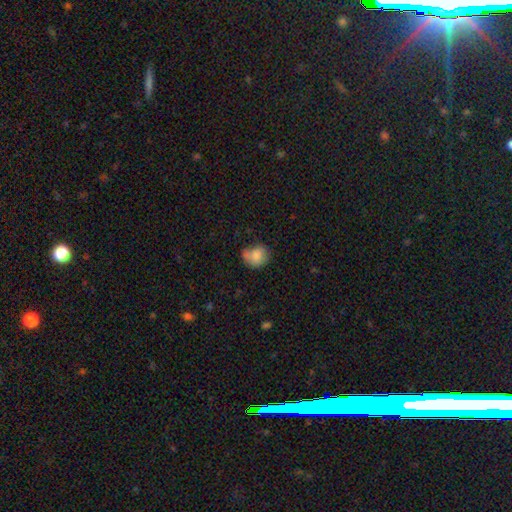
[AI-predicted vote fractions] Overall: smooth (79%). How rounded: round (62%; in between 37%). Merging: none (49%; minor disturbance 28%).